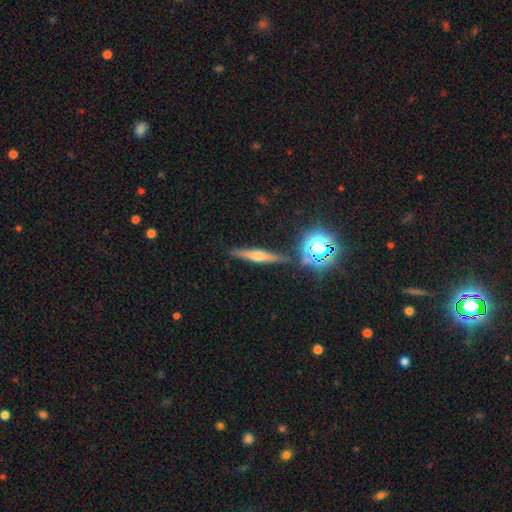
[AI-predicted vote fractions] Smooth or featured: featured or disk — 58% (smooth — 24%)
Edge-on disk: yes — 95% (no — 5%)
Edge-on bulge: rounded — 86% (none — 8%)
Merging: none — 88% (minor disturbance — 7%)